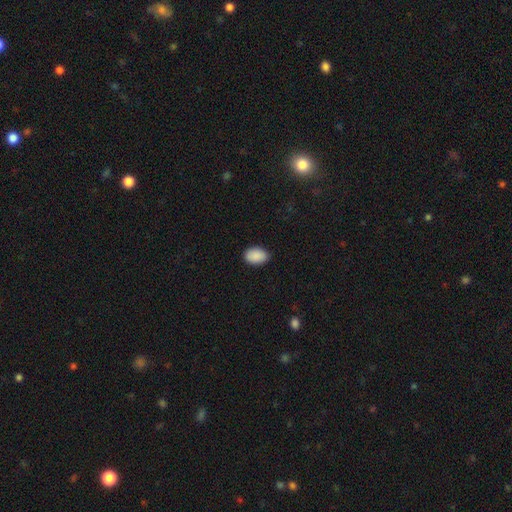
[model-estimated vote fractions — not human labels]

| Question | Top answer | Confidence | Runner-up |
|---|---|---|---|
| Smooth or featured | smooth | 90% | star or artifact (7%) |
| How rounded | in between | 87% | round (11%) |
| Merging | none | 85% | minor disturbance (12%) |